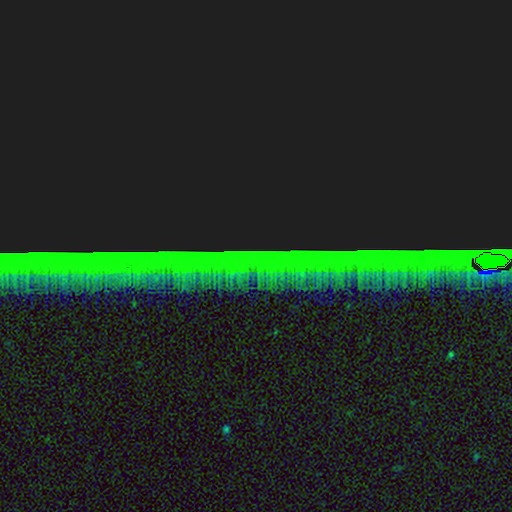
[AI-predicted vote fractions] Overall: star or artifact (86%).